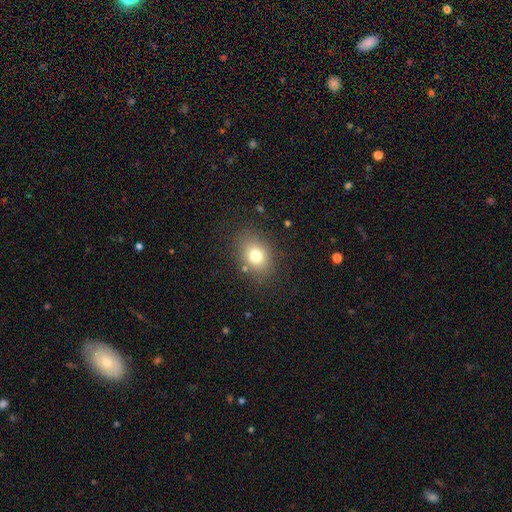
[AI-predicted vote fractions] smooth_or_featured: smooth (p=0.76) [alt: star or artifact p=0.12]
how_rounded: in between (p=0.60) [alt: round p=0.39]
merging: none (p=0.81) [alt: minor disturbance p=0.12]